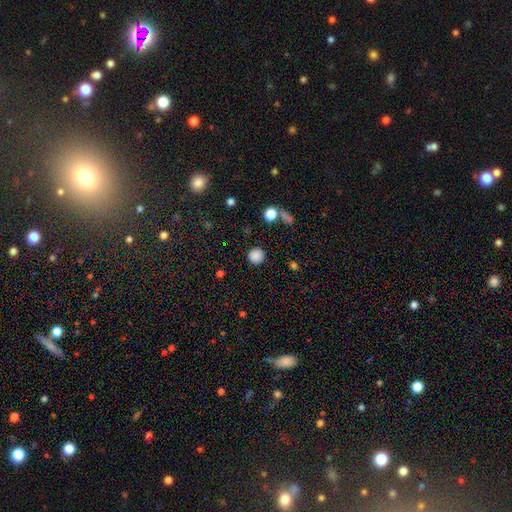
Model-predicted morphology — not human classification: This appears to be a smooth galaxy with no disk features (85%) that is round (93%). Merging: none (90%).